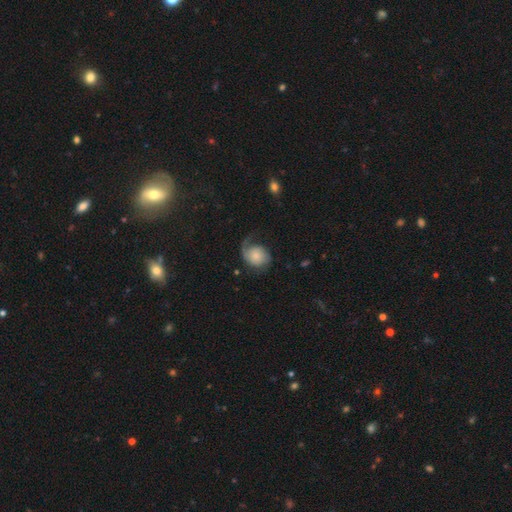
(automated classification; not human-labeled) A featured or disk galaxy (54%) with no bar (77%), spiral arms (89%) and a small central bulge (47%).

Vote fractions:
- Smooth or featured? featured or disk: 54% / smooth: 38% / star or artifact: 8%
- Edge-on disk? no: 97% / yes: 3%
- Bar? no: 77% / weak: 20% / strong: 3%
- Spiral arms? yes: 89% / no: 11%
- Bulge size? small: 47% / moderate: 25% / none: 13% / large: 9% / dominant: 5%
- Merging? none: 40% / major disturbance: 33% / minor disturbance: 25% / merger: 2%